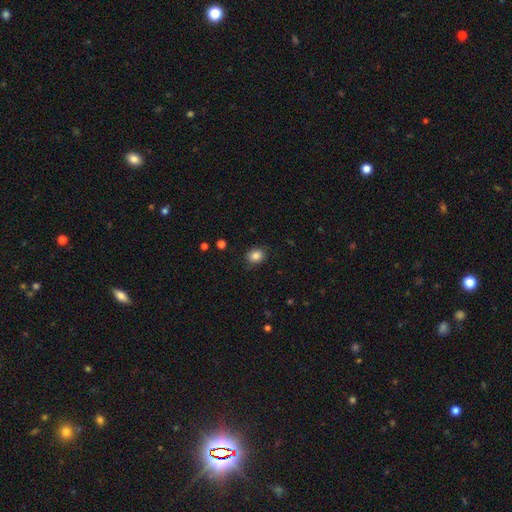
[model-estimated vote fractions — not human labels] Morphology: type=smooth (85%); roundness=round (60%); merging=none (85%).